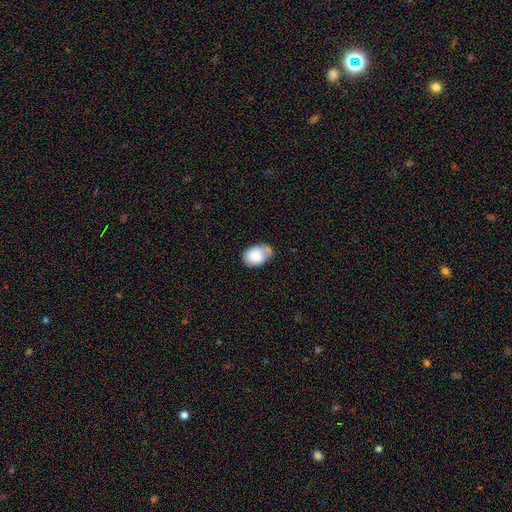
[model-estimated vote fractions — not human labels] Q: Smooth or featured?
A: smooth (81%); runner-up: featured or disk (12%)
Q: How rounded?
A: in between (79%); runner-up: round (20%)
Q: Merging?
A: none (42%); runner-up: minor disturbance (38%)